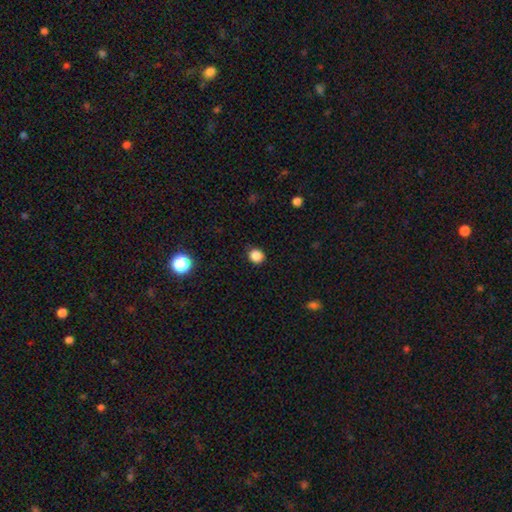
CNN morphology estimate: Overall: smooth (85%). How rounded: round (82%). Merging: none (86%).